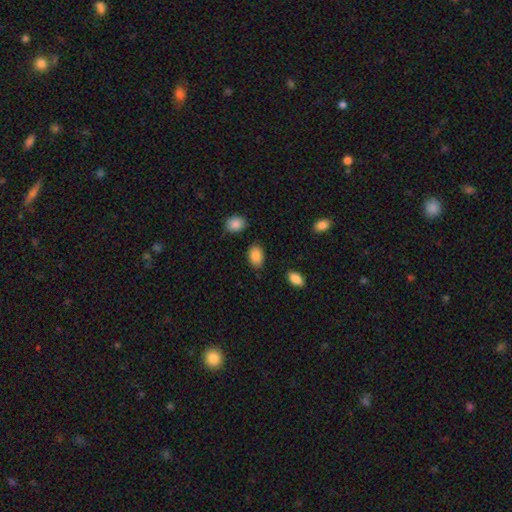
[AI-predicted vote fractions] smooth-or-featured: smooth: 87% | star or artifact: 7% | featured or disk: 6%
  how-rounded: in between: 87% | round: 12% | cigar-shaped: 1%
  merging: none: 83% | minor disturbance: 12% | merger: 2% | major disturbance: 2%